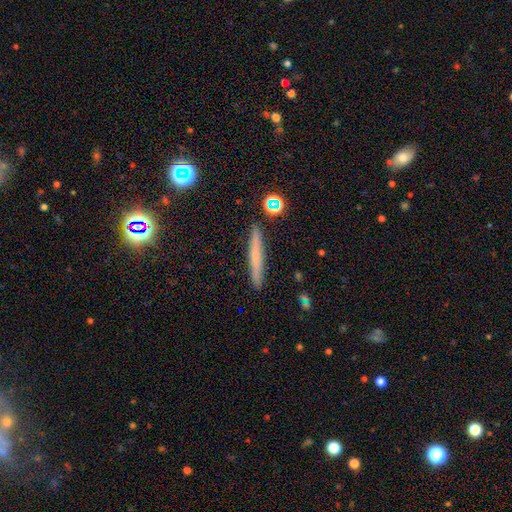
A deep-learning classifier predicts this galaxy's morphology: smooth 54%, featured or disk 36%, star or artifact 10%. Down the decision tree: how rounded — cigar-shaped (95%); merging — none (90%).